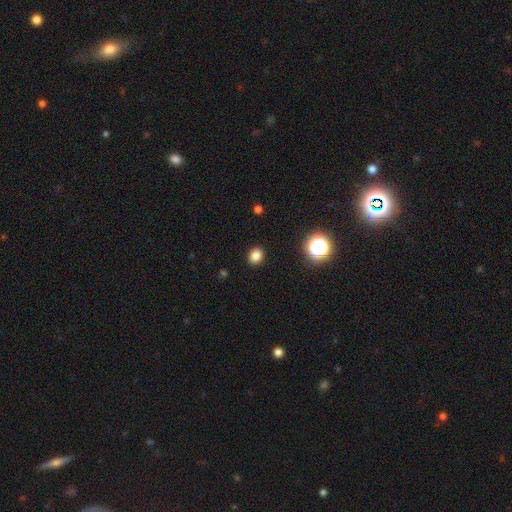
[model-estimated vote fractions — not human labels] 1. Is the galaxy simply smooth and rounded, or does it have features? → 82% smooth, 14% star or artifact, 4% featured or disk.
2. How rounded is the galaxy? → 65% round, 34% in between, 1% cigar-shaped.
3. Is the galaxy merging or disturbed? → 91% none, 6% minor disturbance, 2% major disturbance, 1% merger.